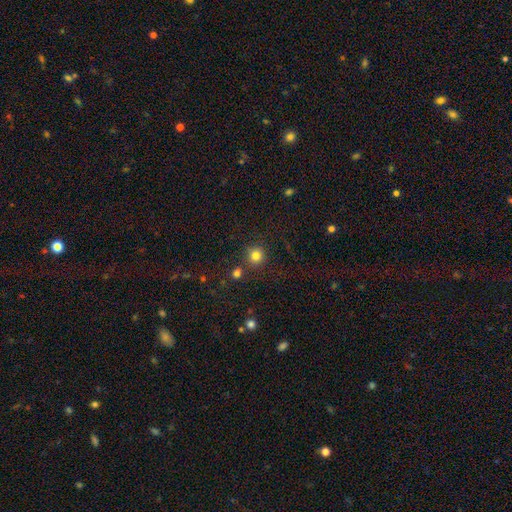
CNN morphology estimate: Smooth or featured? smooth (82%)
How rounded? round (93%)
Merging? none (84%)